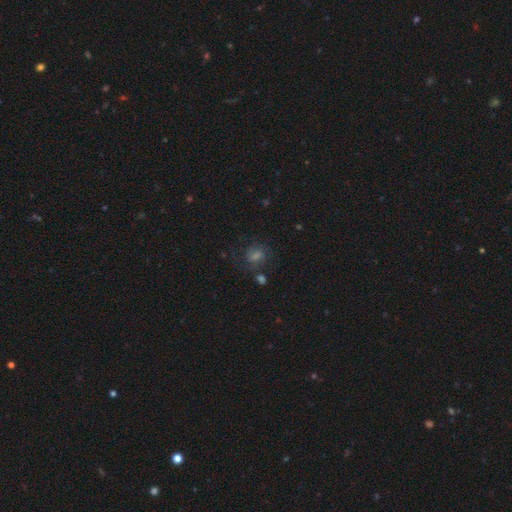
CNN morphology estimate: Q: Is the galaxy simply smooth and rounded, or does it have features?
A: smooth — 37%.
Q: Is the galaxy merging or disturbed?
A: none — 69%.